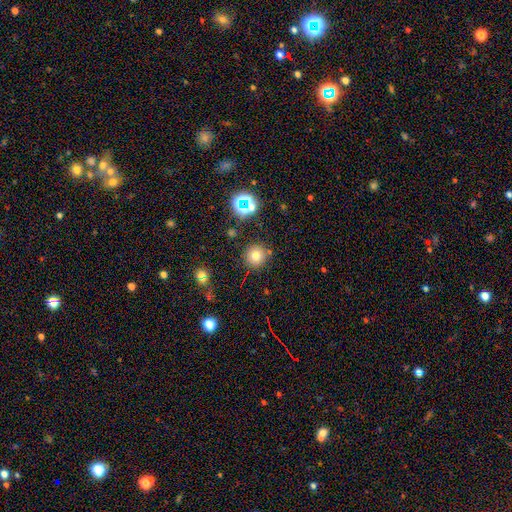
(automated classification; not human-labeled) Q: Smooth or featured?
A: smooth (71%); runner-up: star or artifact (19%)
Q: How rounded?
A: round (94%); runner-up: in between (5%)
Q: Merging?
A: none (84%); runner-up: minor disturbance (9%)